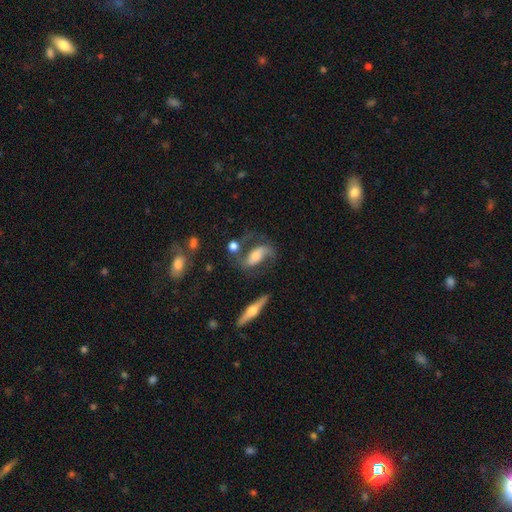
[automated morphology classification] Smooth or featured?
  - featured or disk: 71% *
  - smooth: 21%
  - star or artifact: 8%
Edge-on disk?
  - no: 87% *
  - yes: 13%
Bar?
  - no: 37% *
  - weak: 32%
  - strong: 30%
Spiral arms?
  - yes: 88% *
  - no: 12%
Spiral winding?
  - loose: 44% *
  - medium: 40%
  - tight: 16%
Spiral arm count?
  - 2: 87% *
  - can't tell: 6%
  - 1: 4%
  - 3: 1%
  - 4: 1%
  - more than 4: 1%
Bulge size?
  - moderate: 49% *
  - small: 28%
  - large: 15%
  - none: 4%
  - dominant: 3%
Merging?
  - none: 54% *
  - minor disturbance: 19%
  - major disturbance: 17%
  - merger: 11%